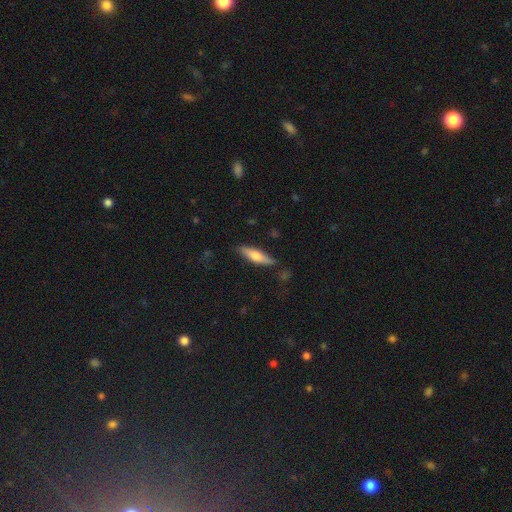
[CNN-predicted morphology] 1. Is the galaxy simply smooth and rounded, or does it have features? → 62% smooth, 32% featured or disk, 6% star or artifact.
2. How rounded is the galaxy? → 69% cigar-shaped, 29% in between, 2% round.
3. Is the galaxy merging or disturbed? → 81% none, 14% minor disturbance, 3% major disturbance, 2% merger.